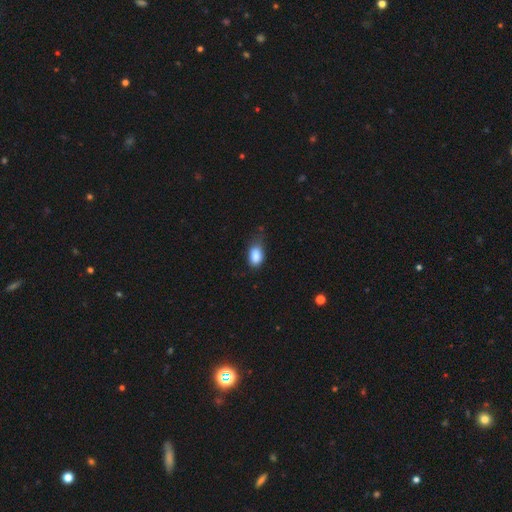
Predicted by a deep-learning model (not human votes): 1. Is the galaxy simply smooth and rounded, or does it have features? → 87% smooth, 8% star or artifact, 6% featured or disk.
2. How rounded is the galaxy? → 88% in between, 9% round, 2% cigar-shaped.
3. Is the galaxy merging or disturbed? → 49% none, 38% minor disturbance, 10% major disturbance, 2% merger.